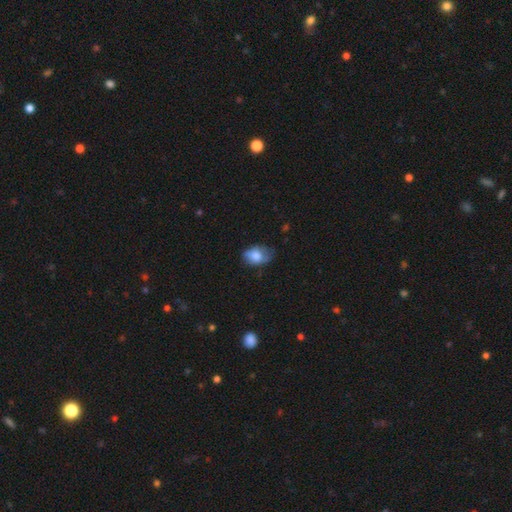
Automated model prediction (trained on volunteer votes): smooth 73%, featured or disk 20%, star or artifact 8%. Down the decision tree: how rounded — in between (83%); merging — none (54%).